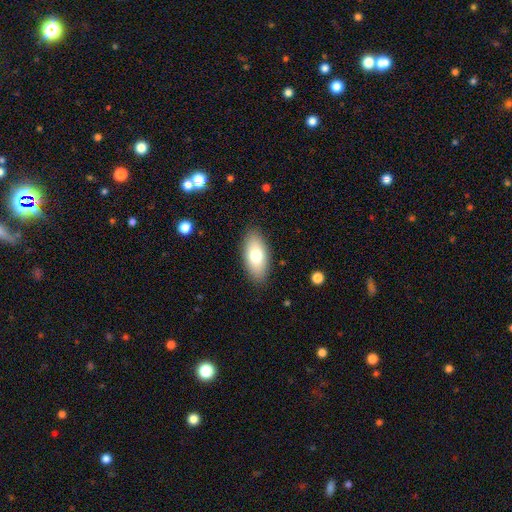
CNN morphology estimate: Overall: smooth (73%). How rounded: in between (90%). Merging: none (87%).